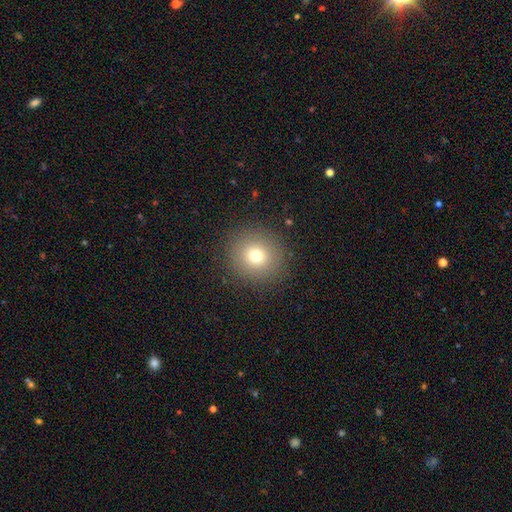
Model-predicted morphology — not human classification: smooth-or-featured: smooth: 76% | star or artifact: 14% | featured or disk: 11%
  how-rounded: round: 92% | in between: 7% | cigar-shaped: 1%
  merging: none: 90% | minor disturbance: 6% | major disturbance: 3% | merger: 1%